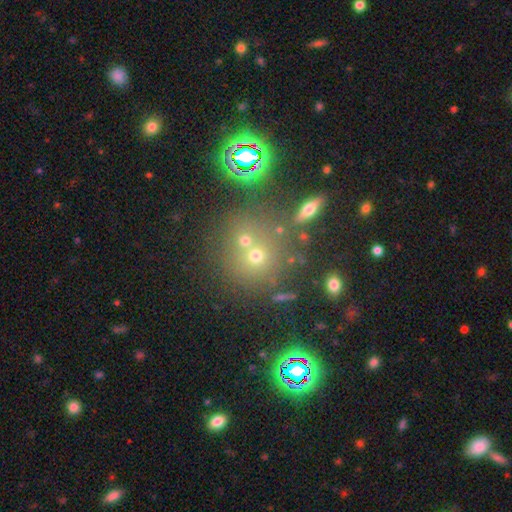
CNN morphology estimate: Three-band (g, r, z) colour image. It shows a smooth galaxy with no disk features (56%) that is round (87%). Merging: none (57%).